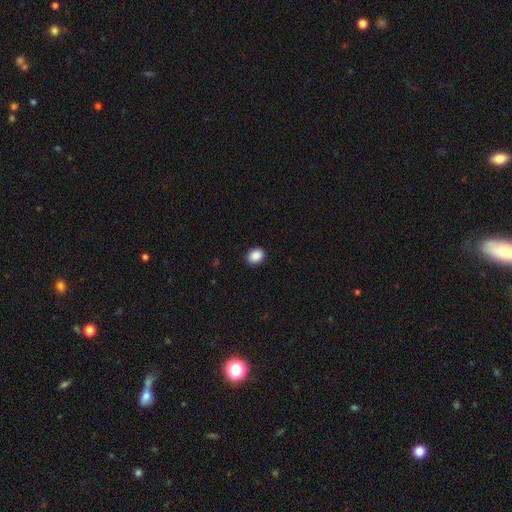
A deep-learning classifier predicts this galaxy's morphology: The model was most divided on "how rounded": in between: 50%, round: 49%, cigar-shaped: 1%. More confident: merging — none (91%); smooth or featured — smooth (90%).